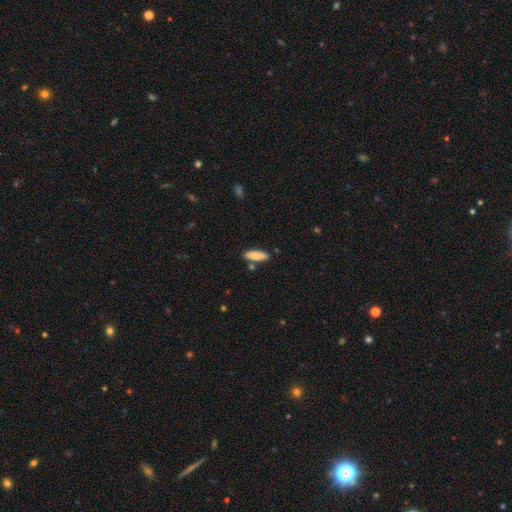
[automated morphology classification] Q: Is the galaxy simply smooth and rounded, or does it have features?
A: smooth — 85%.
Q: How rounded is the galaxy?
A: in between — 52%.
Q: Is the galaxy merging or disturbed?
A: none — 81%.